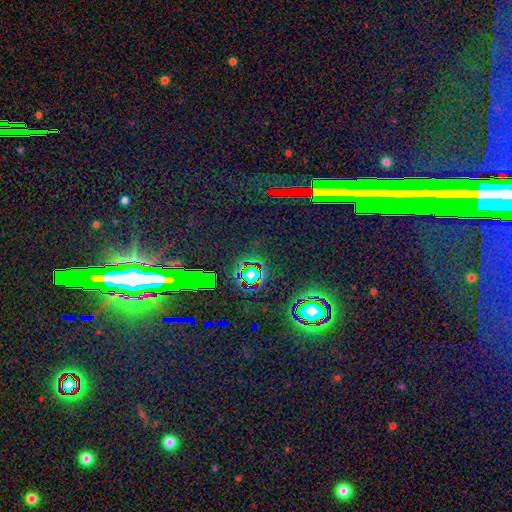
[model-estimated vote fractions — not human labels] Overall: star or artifact (72%).